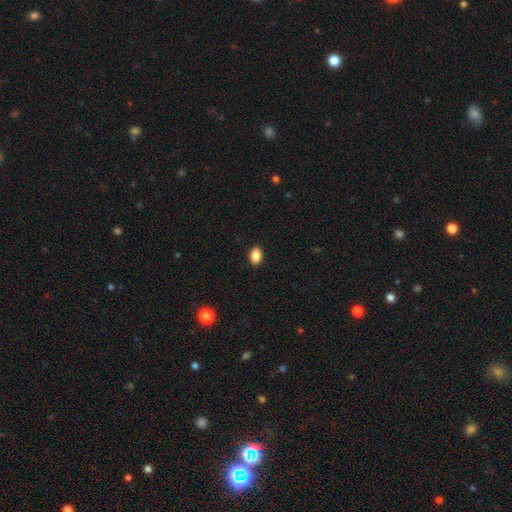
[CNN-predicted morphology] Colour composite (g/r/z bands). It shows a smooth galaxy with no disk features (88%) that is in between round and cigar-shaped (86%). Merging: none (90%).